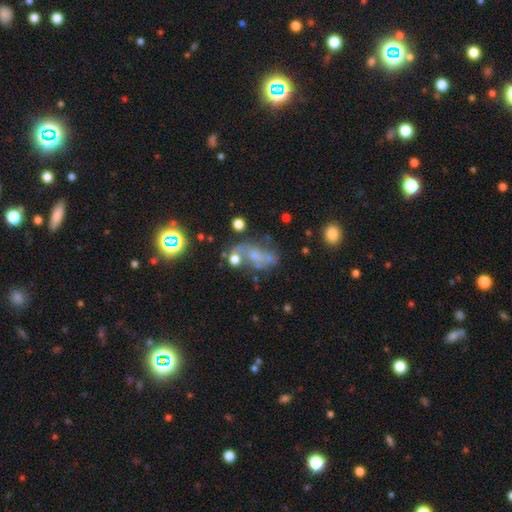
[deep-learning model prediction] smooth-or-featured: featured or disk: 43% | smooth: 31% | star or artifact: 26%
  merging: none: 40% | merger: 22% | major disturbance: 19% | minor disturbance: 19%